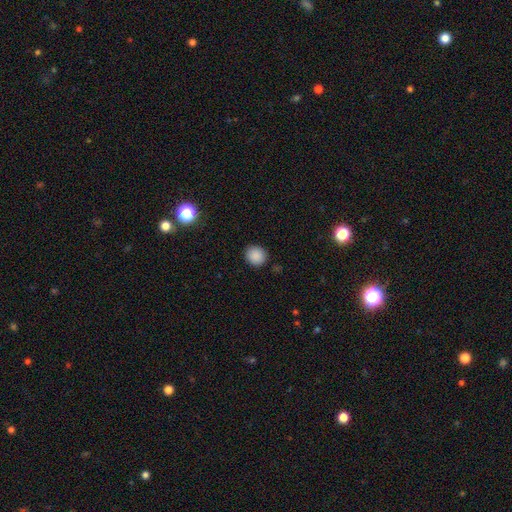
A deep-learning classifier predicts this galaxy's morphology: This appears to be a smooth galaxy with no disk features (88%) that is round (86%). Merging: none (90%).